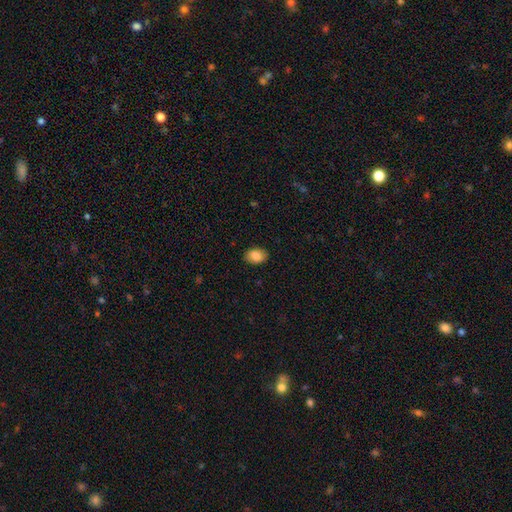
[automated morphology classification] smooth-or-featured: smooth: 84% | featured or disk: 9% | star or artifact: 7%
  how-rounded: in between: 77% | round: 22% | cigar-shaped: 1%
  merging: none: 88% | minor disturbance: 9% | major disturbance: 2% | merger: 1%